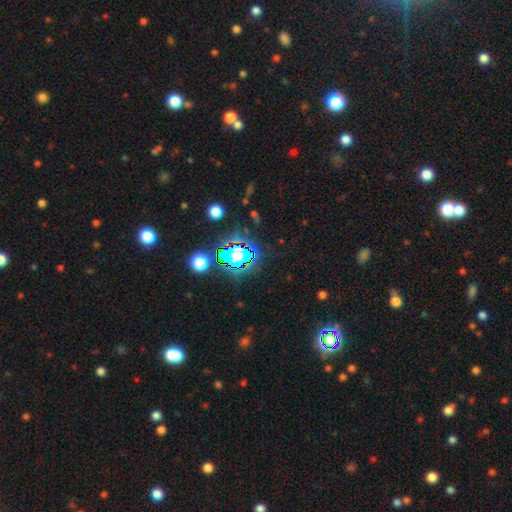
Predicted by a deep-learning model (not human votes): Morphology: type=star or artifact (81%).